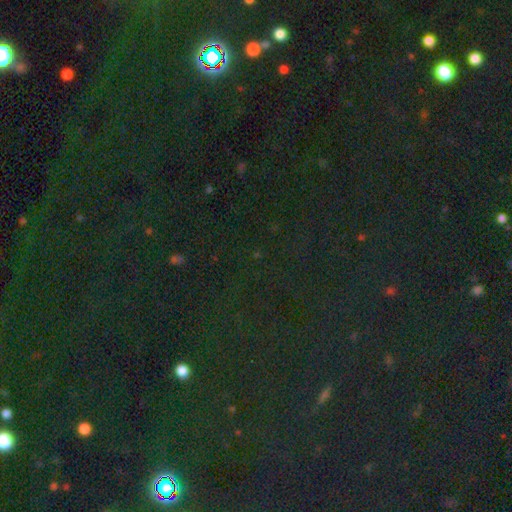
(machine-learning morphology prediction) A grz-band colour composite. It shows a star or artifact, not a galaxy (82%).